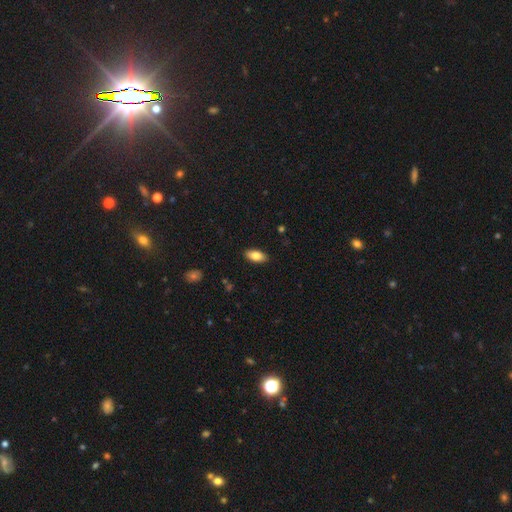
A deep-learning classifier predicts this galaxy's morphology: A smooth galaxy with no disk features (83%) that is in between round and cigar-shaped (89%).

Vote fractions:
- Smooth or featured? smooth: 83% / featured or disk: 10% / star or artifact: 7%
- How rounded? in between: 89% / cigar-shaped: 8% / round: 2%
- Merging? none: 89% / minor disturbance: 8% / major disturbance: 2% / merger: 1%